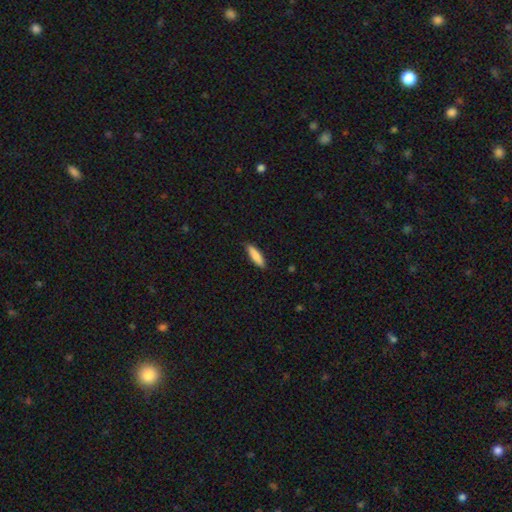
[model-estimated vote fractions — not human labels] Morphology: type=smooth (85%); roundness=cigar-shaped (66%); merging=none (85%).